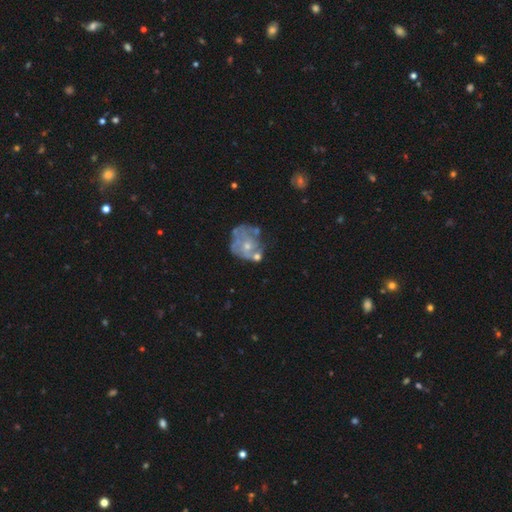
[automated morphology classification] Overall: featured or disk (65%; smooth 25%). Edge-on disk: no (98%). Bar: no (86%). Spiral arms: no (62%; yes 38%). Bulge size: small (60%; moderate 31%). Merging: none (42%; minor disturbance 22%).